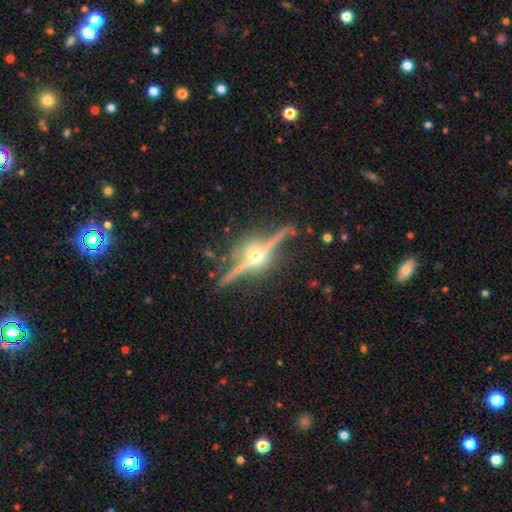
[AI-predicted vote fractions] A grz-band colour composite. It shows a featured or disk galaxy (88%) viewed edge-on (96%) with a rounded central bulge (96%). Merging: none (84%).